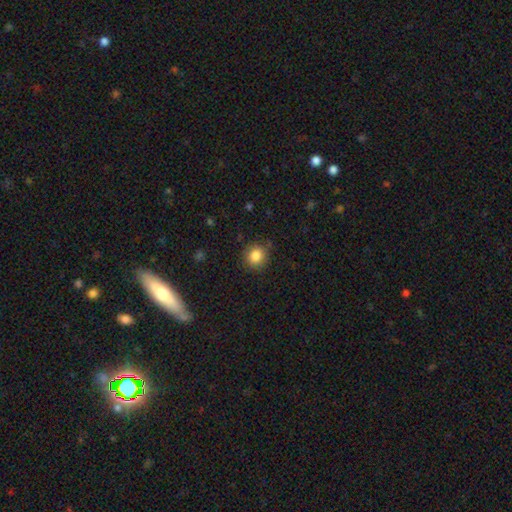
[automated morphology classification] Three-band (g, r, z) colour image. It shows a smooth galaxy with no disk features (85%) that is round (86%). Merging: none (85%).